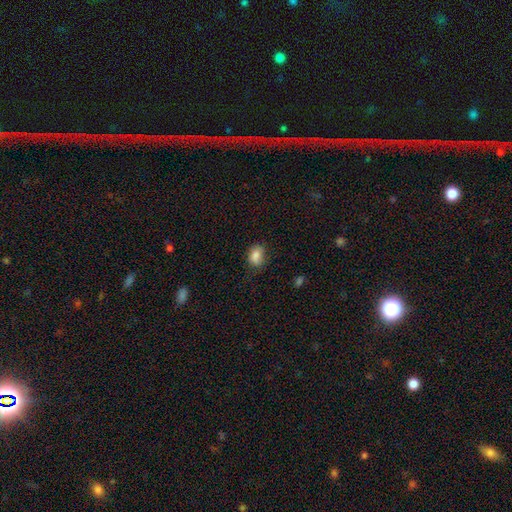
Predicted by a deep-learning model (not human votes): A smooth galaxy with no disk features (83%) that is in between round and cigar-shaped (70%). Merging: none (61%).